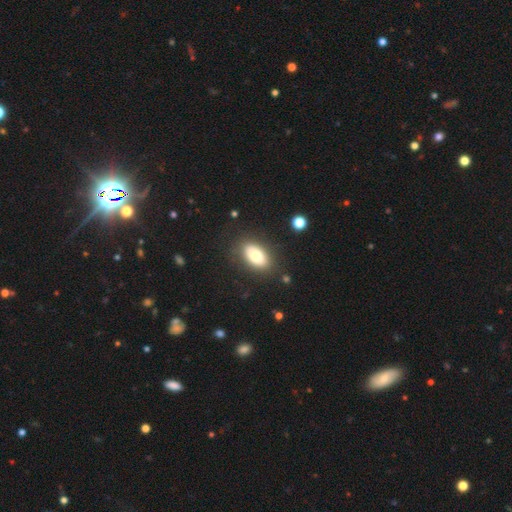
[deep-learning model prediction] Smooth or featured: smooth — 72% (featured or disk — 20%)
How rounded: in between — 91% (round — 7%)
Merging: none — 83% (minor disturbance — 11%)